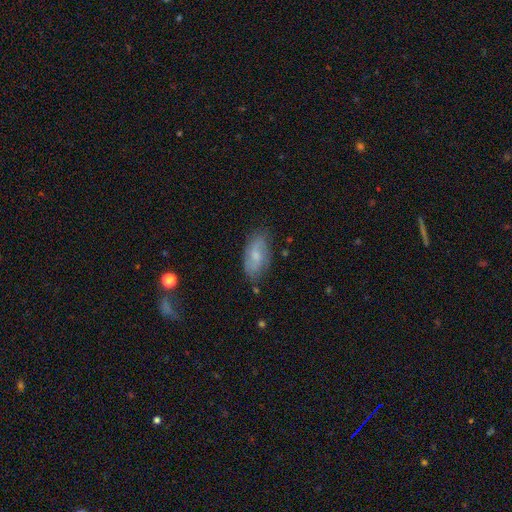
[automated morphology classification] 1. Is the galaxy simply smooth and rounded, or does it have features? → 48% featured or disk, 44% smooth, 8% star or artifact.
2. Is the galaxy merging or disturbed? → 74% none, 19% minor disturbance, 5% major disturbance, 2% merger.